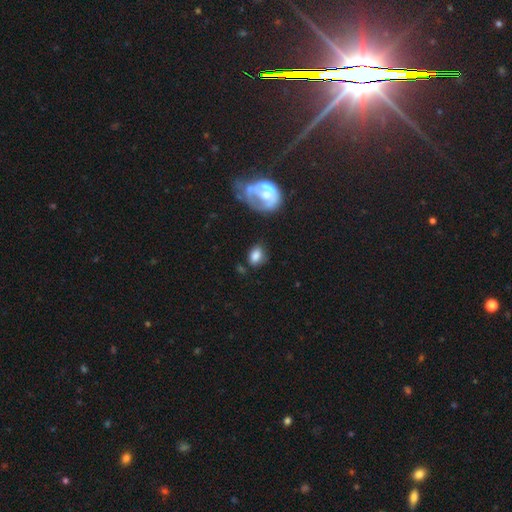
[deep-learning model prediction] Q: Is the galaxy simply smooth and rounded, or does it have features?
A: smooth — 78%.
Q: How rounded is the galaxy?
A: in between — 74%.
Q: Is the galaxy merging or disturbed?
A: none — 66%.